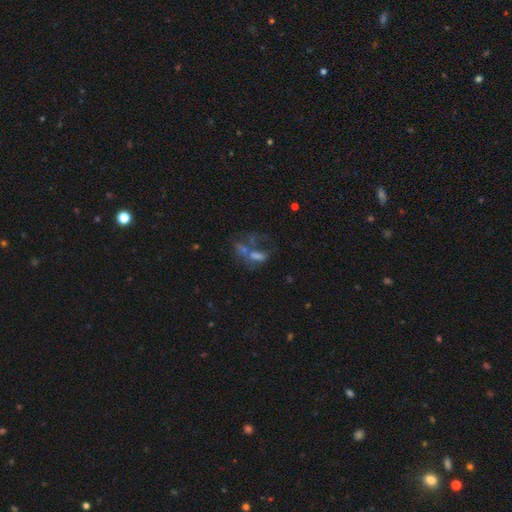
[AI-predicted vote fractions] Smooth or featured?
  - featured or disk: 39% *
  - smooth: 34%
  - star or artifact: 28%
Merging?
  - merger: 35% *
  - major disturbance: 27%
  - none: 26%
  - minor disturbance: 12%